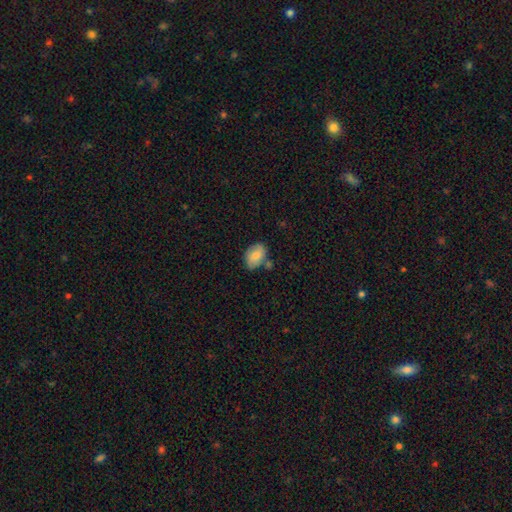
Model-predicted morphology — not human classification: smooth_or_featured: smooth (p=0.78) [alt: featured or disk p=0.14]
how_rounded: in between (p=0.82) [alt: round p=0.16]
merging: none (p=0.65) [alt: minor disturbance p=0.20]